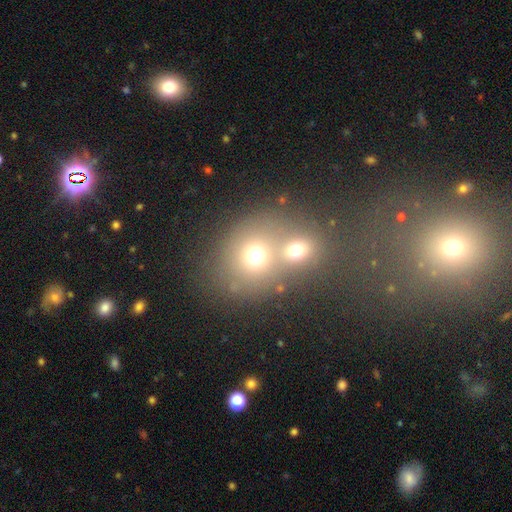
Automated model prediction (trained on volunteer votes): Smooth or featured: smooth — 68% (featured or disk — 16%)
How rounded: round — 73% (in between — 26%)
Merging: merger — 61% (none — 30%)